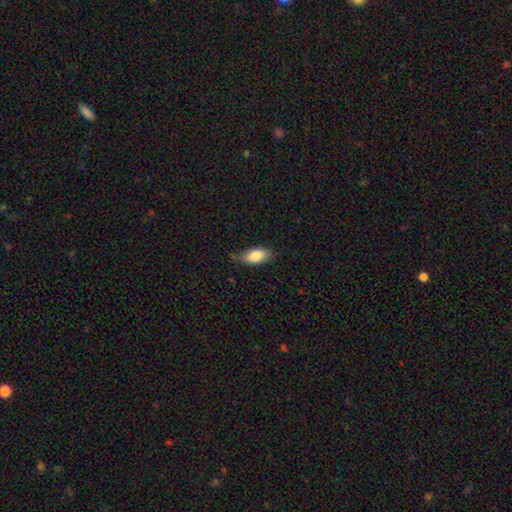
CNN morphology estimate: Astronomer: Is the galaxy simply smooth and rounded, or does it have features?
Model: smooth — 85%.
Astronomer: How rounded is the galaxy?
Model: in between — 91%.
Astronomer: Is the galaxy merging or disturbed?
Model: none — 73%.